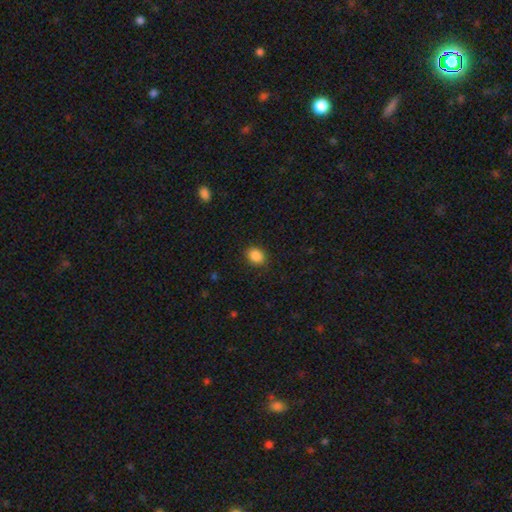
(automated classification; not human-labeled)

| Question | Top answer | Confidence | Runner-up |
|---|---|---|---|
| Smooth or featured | smooth | 87% | star or artifact (9%) |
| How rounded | round | 50% | tied: in between (50%) |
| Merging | none | 88% | minor disturbance (9%) |